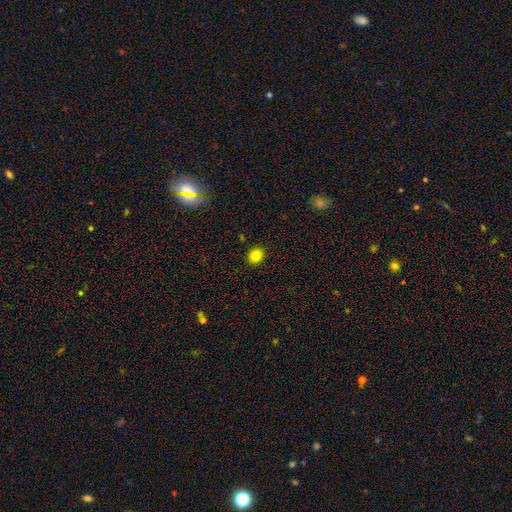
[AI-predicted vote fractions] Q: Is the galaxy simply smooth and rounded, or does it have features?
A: smooth — 82%.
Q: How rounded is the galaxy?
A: round — 70%.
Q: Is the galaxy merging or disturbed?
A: none — 91%.